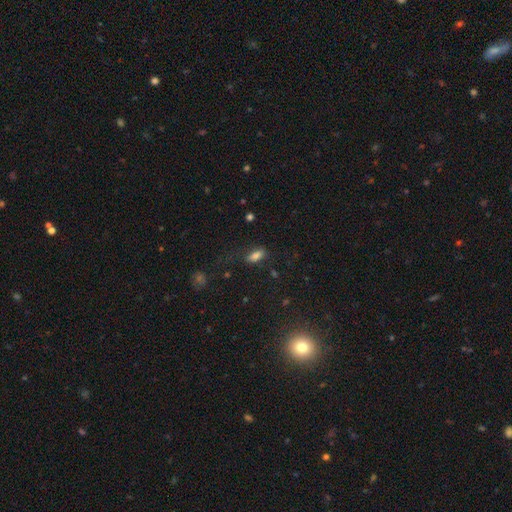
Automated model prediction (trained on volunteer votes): Smooth or featured? smooth (80%)
How rounded? in between (82%)
Merging? none (71%)